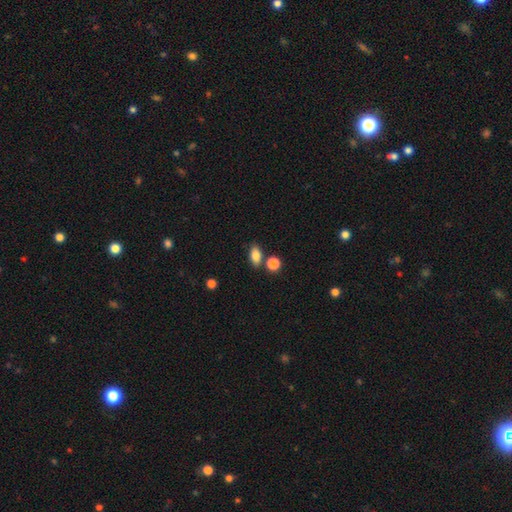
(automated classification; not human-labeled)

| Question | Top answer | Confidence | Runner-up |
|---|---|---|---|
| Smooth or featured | smooth | 83% | star or artifact (10%) |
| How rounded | in between | 84% | round (12%) |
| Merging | none | 73% | minor disturbance (12%) |